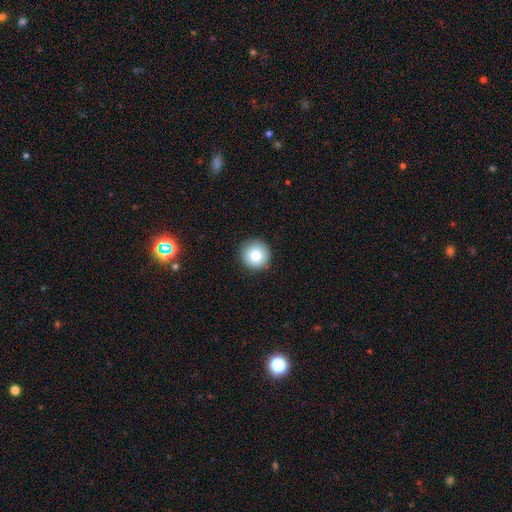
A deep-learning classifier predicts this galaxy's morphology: Smooth or featured? Predicted: smooth (p=0.80). How rounded? Predicted: round (p=0.96). Merging? Predicted: none (p=0.90).